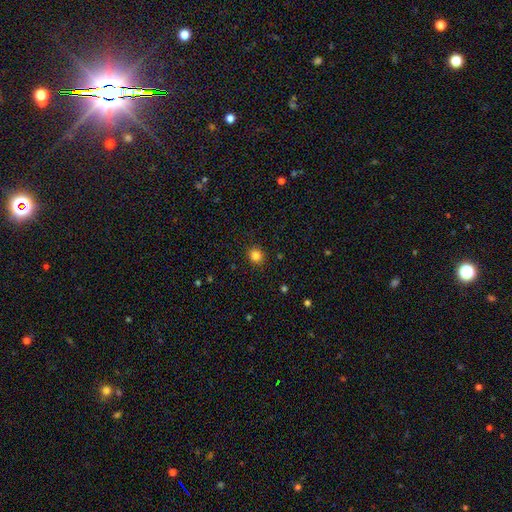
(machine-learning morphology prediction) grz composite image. It shows a smooth galaxy with no disk features (84%) that is round (84%). Merging: none (90%).